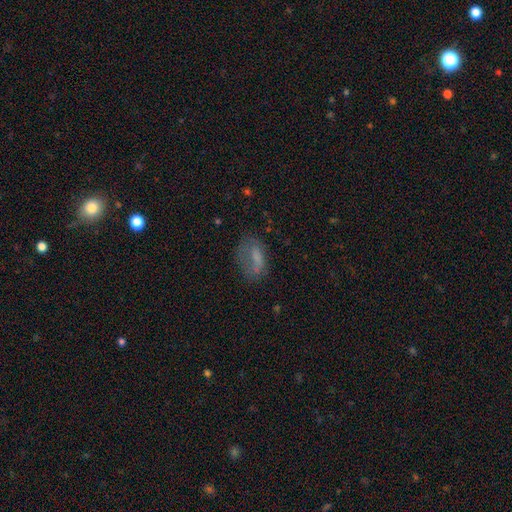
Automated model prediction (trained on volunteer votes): smooth 65%, featured or disk 24%, star or artifact 12%. Down the decision tree: how rounded — in between (85%); merging — none (42%).